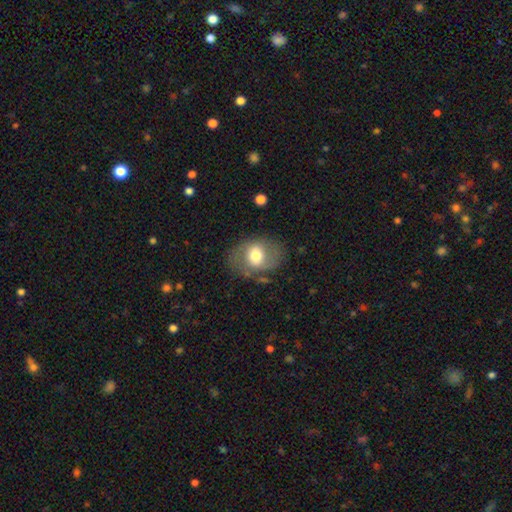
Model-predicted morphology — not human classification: The model was most divided on "smooth or featured": smooth: 54%, featured or disk: 38%, star or artifact: 7%. More confident: merging — none (67%); how rounded — in between (66%).